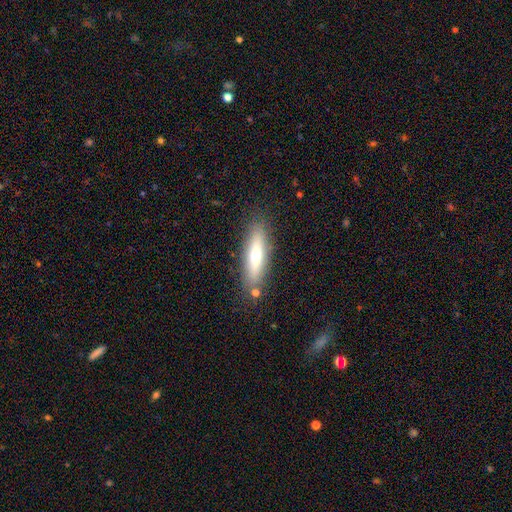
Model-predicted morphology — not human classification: This is possibly a smooth galaxy (59%). How rounded: likely cigar-shaped (70%). Merging: clearly none (83%).